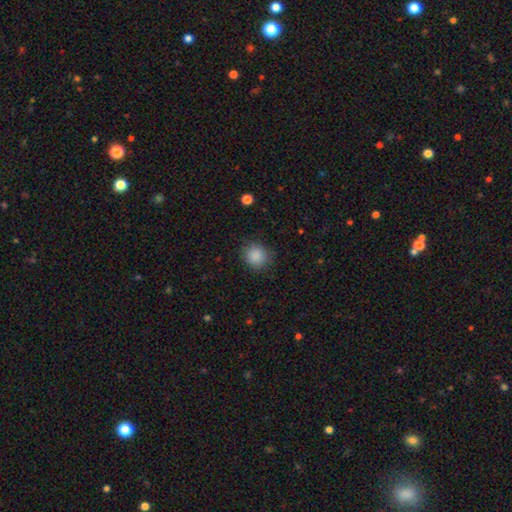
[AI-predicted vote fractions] Smooth or featured?
  - smooth: 87% *
  - star or artifact: 10%
  - featured or disk: 3%
How rounded?
  - round: 87% *
  - in between: 12%
  - cigar-shaped: 1%
Merging?
  - none: 86% *
  - minor disturbance: 10%
  - major disturbance: 3%
  - merger: 1%